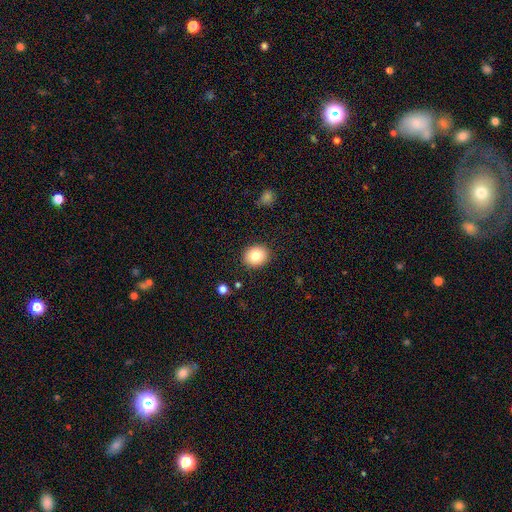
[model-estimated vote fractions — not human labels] This appears to be a smooth galaxy with no disk features (81%) that is round (71%). Merging: none (90%).